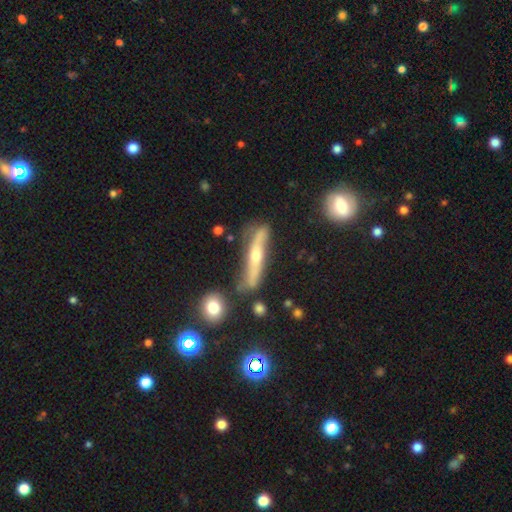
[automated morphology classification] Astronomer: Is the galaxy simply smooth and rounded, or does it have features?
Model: featured or disk — 64%.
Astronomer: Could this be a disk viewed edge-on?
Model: yes — 77%.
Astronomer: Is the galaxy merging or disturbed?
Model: none — 62%.